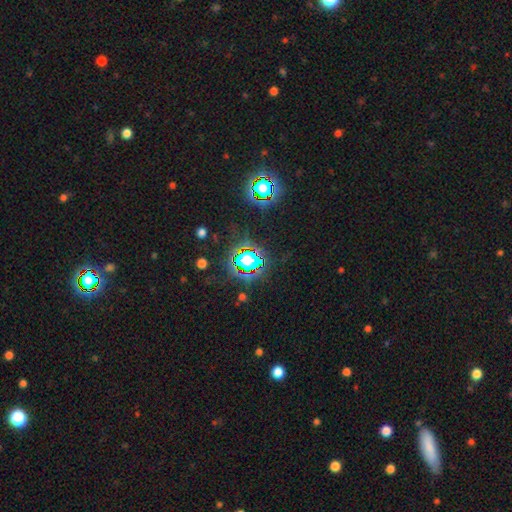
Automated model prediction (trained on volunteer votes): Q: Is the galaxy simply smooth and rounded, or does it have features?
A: star or artifact — 77%.